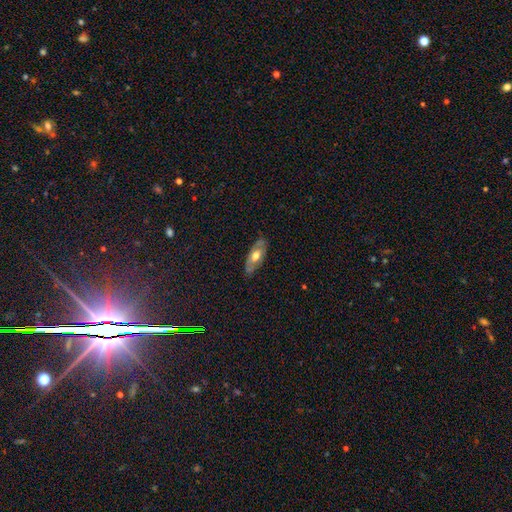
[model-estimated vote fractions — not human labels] smooth_or_featured: featured or disk (p=0.48) [alt: smooth p=0.47]
merging: none (p=0.80) [alt: minor disturbance p=0.16]